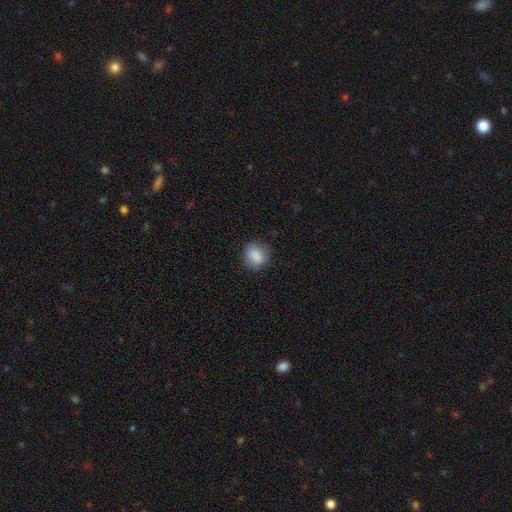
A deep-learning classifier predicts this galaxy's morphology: smooth-or-featured: smooth: 87% | star or artifact: 8% | featured or disk: 5%
  how-rounded: round: 78% | in between: 21% | cigar-shaped: 1%
  merging: none: 83% | minor disturbance: 13% | major disturbance: 3% | merger: 1%